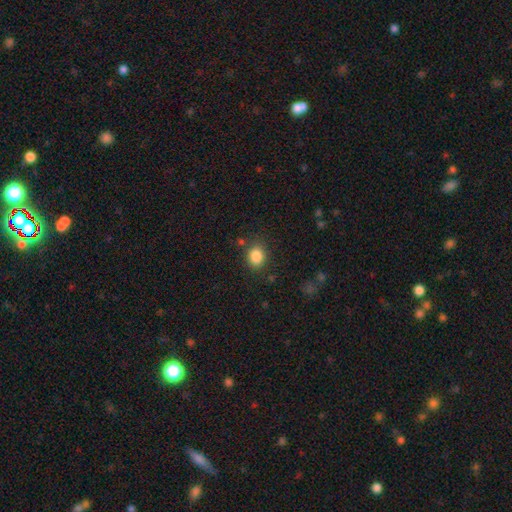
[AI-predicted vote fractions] A smooth galaxy with no disk features (85%) that is round (53%). Merging: none (80%).